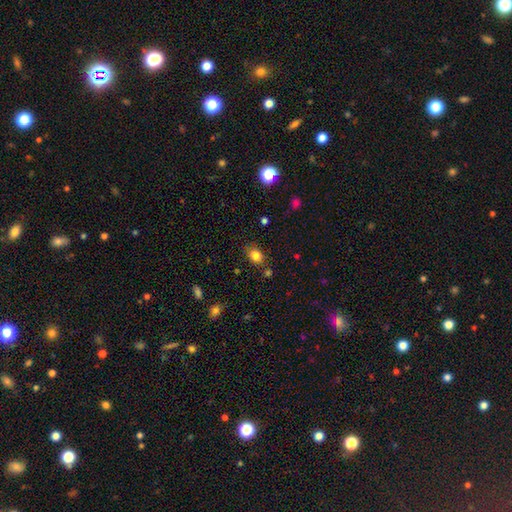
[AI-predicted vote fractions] This appears to be a smooth galaxy with no disk features (83%) that is in between round and cigar-shaped (62%). Merging: none (76%).